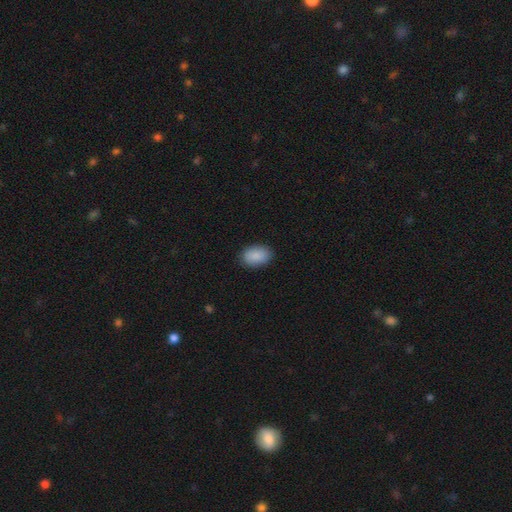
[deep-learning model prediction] smooth-or-featured: smooth: 90% | star or artifact: 7% | featured or disk: 3%
  how-rounded: in between: 89% | round: 9% | cigar-shaped: 1%
  merging: none: 88% | minor disturbance: 9% | major disturbance: 2% | merger: 1%